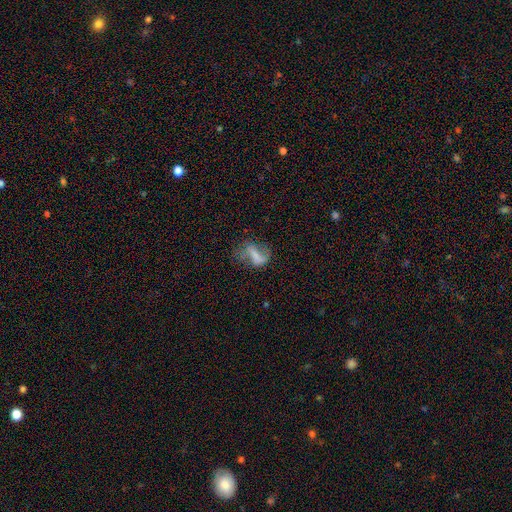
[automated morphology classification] This appears to be a featured or disk galaxy (52%). Merging: none (38%).